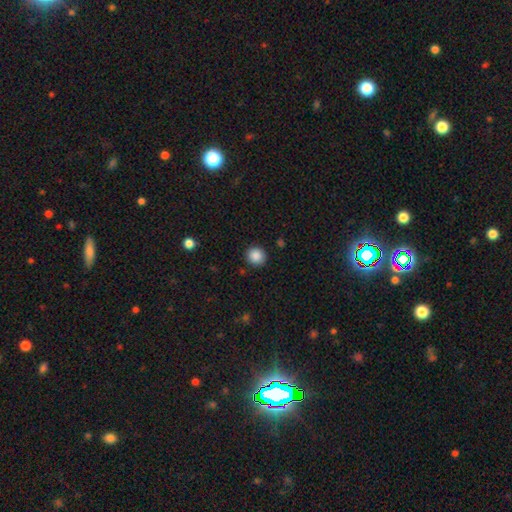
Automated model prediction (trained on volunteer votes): Overall: smooth (88%). How rounded: round (91%). Merging: none (90%).